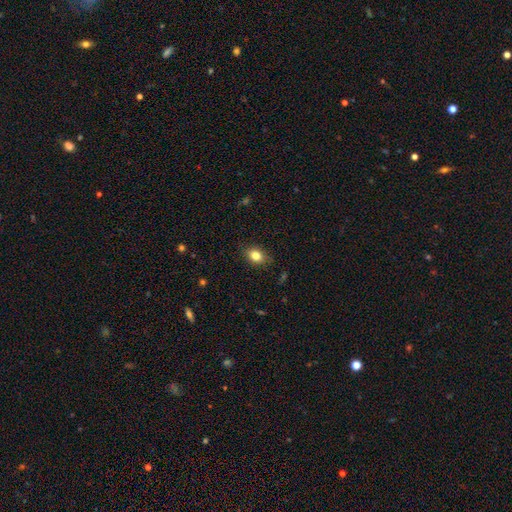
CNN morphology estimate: Smooth or featured? smooth (82%)
How rounded? in between (71%)
Merging? none (84%)